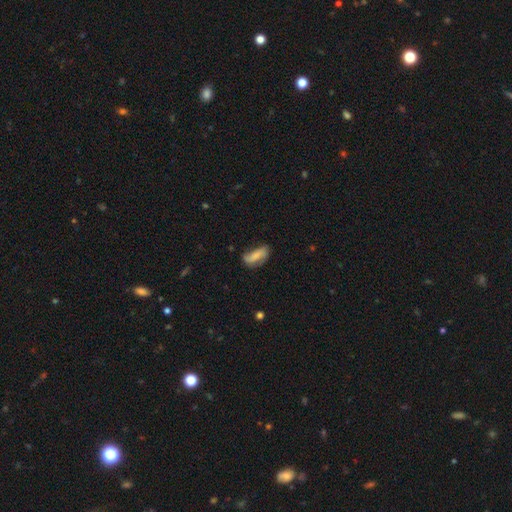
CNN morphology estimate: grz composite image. It shows a smooth galaxy with no disk features (58%) that is in between round and cigar-shaped (77%). Merging: none (53%).